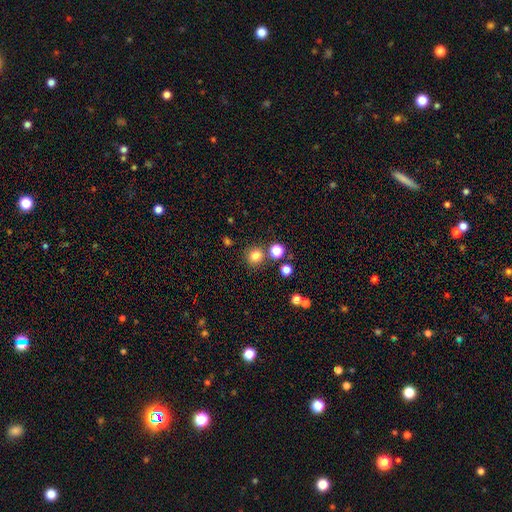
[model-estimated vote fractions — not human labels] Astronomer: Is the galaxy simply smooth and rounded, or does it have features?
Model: smooth — 79%.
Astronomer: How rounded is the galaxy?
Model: round — 91%.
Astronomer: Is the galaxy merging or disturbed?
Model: none — 82%.